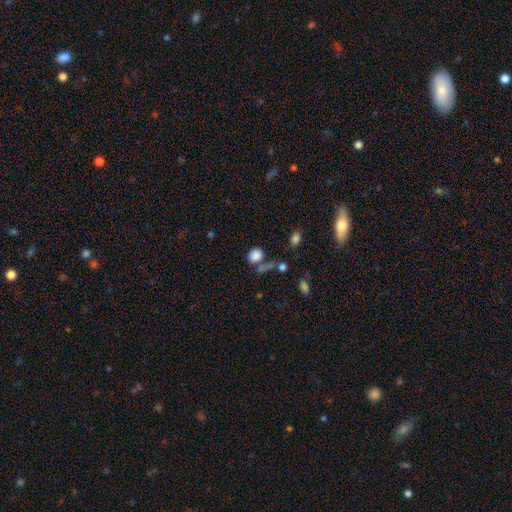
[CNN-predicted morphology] The model was most divided on "how rounded": round: 52%, in between: 46%, cigar-shaped: 2%. More confident: smooth or featured — smooth (82%); merging — none (53%).